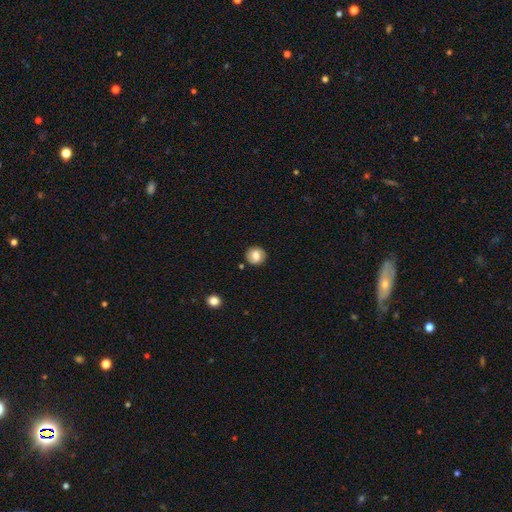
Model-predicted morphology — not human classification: Smooth or featured? Predicted: smooth (p=0.72). How rounded? Predicted: round (p=0.85). Merging? Predicted: none (p=0.85).